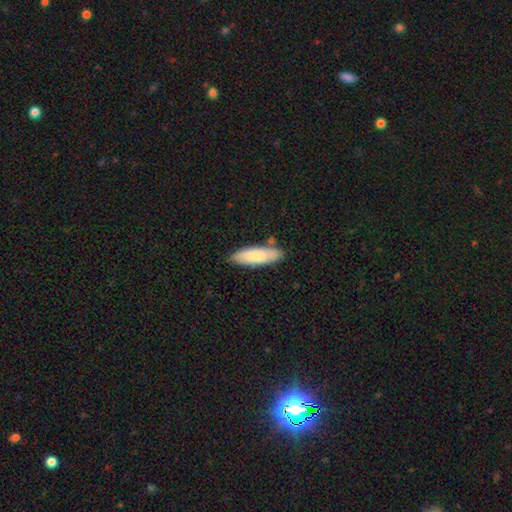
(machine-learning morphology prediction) Smooth or featured: smooth — 82% (featured or disk — 13%)
How rounded: cigar-shaped — 52% (in between — 47%)
Merging: none — 77% (minor disturbance — 15%)